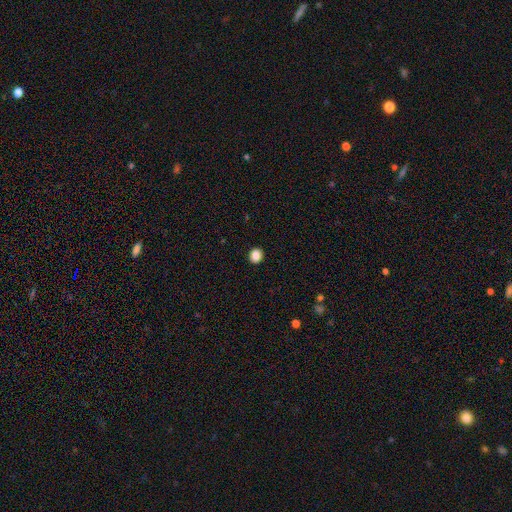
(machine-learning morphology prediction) A smooth galaxy with no disk features (87%) that is round (76%).

Vote fractions:
- Smooth or featured? smooth: 87% / star or artifact: 9% / featured or disk: 3%
- How rounded? round: 76% / in between: 23% / cigar-shaped: 1%
- Merging? none: 92% / minor disturbance: 5% / major disturbance: 2% / merger: 1%